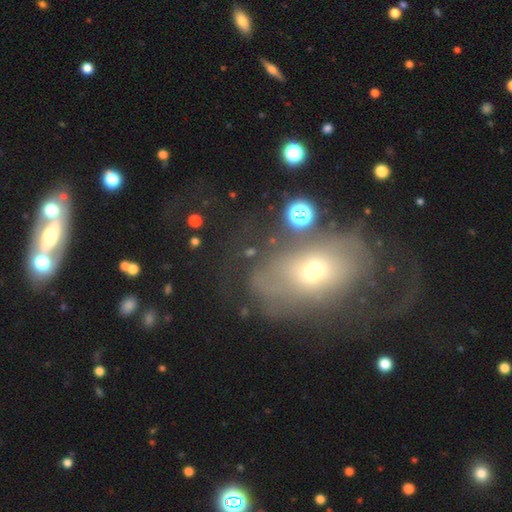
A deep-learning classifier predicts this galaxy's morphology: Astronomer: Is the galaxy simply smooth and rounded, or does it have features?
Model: featured or disk — 54% (runner-up: smooth, 31%).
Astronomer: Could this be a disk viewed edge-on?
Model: no — 89%.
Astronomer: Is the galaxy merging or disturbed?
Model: none — 60%.